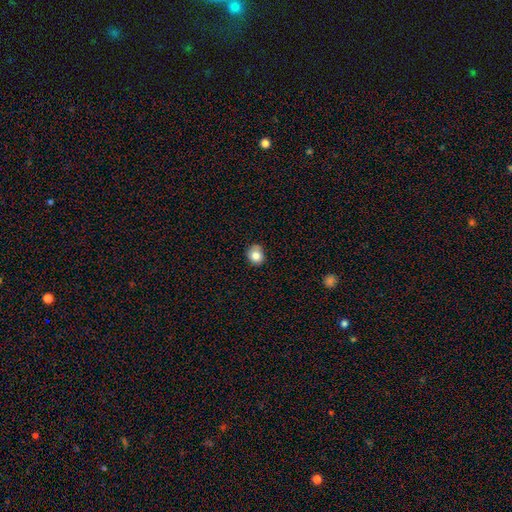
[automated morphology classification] This appears to be a smooth galaxy with no disk features (82%) that is round (77%). Merging: none (78%).